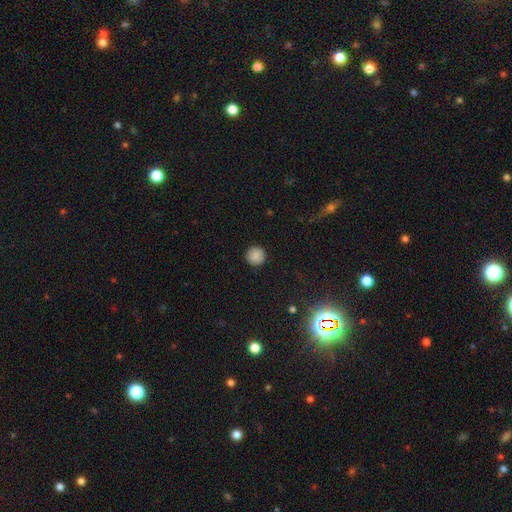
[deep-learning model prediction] Overall: smooth (86%). How rounded: round (95%). Merging: none (90%).